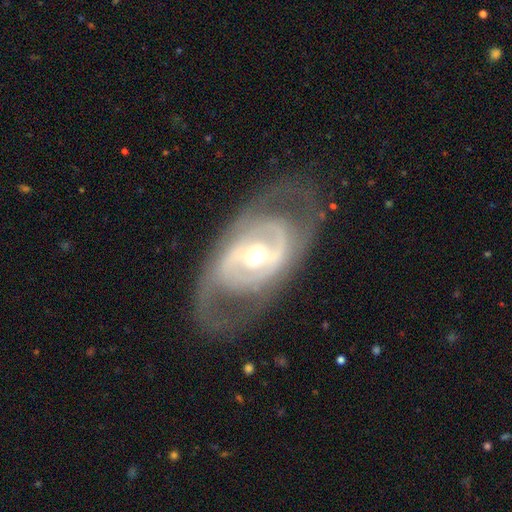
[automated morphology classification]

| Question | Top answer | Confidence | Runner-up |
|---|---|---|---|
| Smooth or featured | featured or disk | 83% | smooth (11%) |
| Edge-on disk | no | 93% | yes (7%) |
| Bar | weak | 36% | no (34%) |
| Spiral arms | yes | 74% | no (26%) |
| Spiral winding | tight | 42% | medium (40%) |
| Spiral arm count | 2 | 68% | can't tell (20%) |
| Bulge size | moderate | 57% | small (36%) |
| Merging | none | 72% | minor disturbance (15%) |